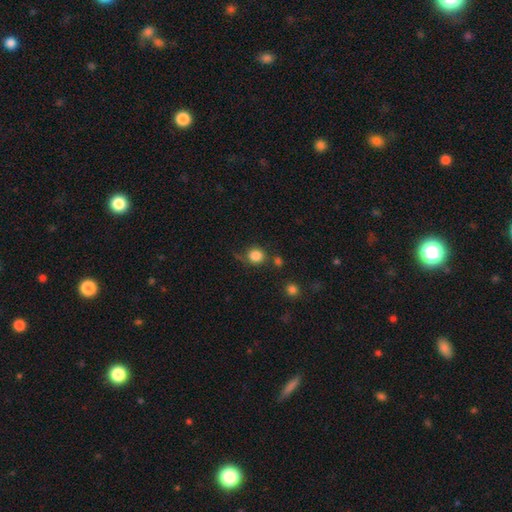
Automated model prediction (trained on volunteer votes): This appears to be a smooth galaxy with no disk features (83%) that is round (87%). Merging: none (68%).